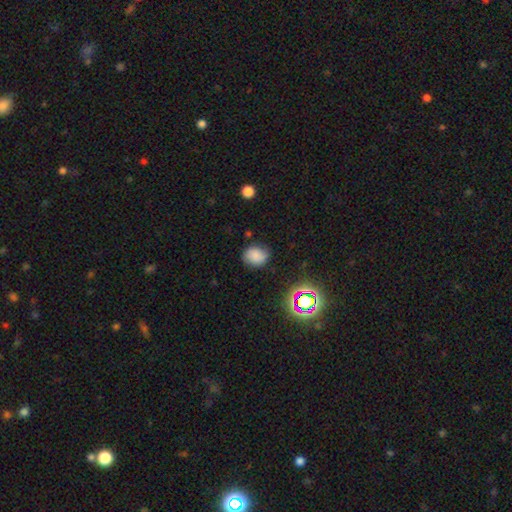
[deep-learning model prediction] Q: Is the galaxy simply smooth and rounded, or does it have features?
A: smooth — 78%.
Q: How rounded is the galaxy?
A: round — 54%.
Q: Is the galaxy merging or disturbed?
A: none — 75%.